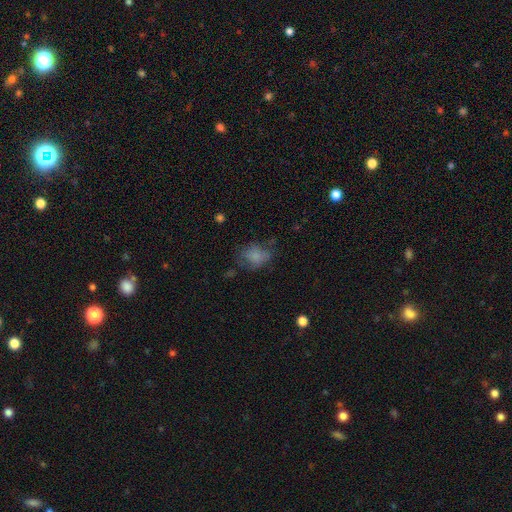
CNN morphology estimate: smooth_or_featured: smooth (p=0.70) [alt: featured or disk p=0.19]
how_rounded: in between (p=0.58) [alt: round p=0.41]
merging: none (p=0.46) [alt: minor disturbance p=0.29]